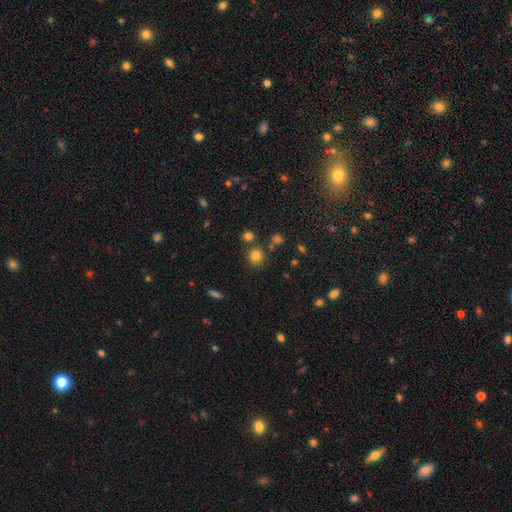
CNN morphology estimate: Smooth or featured? Predicted: smooth (p=0.80). How rounded? Predicted: round (p=0.87). Merging? Predicted: none (p=0.79).